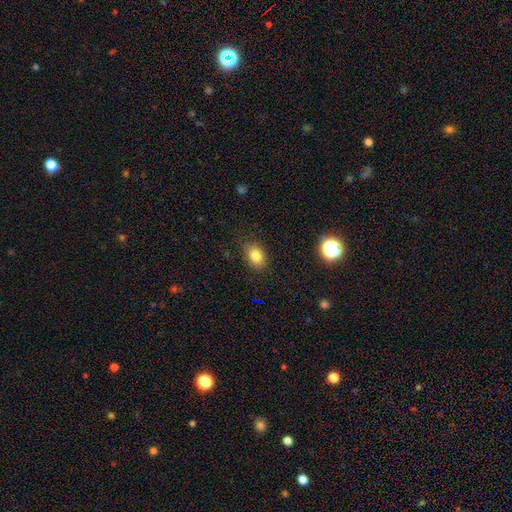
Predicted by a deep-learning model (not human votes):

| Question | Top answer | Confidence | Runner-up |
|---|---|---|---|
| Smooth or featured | smooth | 82% | star or artifact (10%) |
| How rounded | in between | 78% | round (20%) |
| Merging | none | 82% | minor disturbance (13%) |